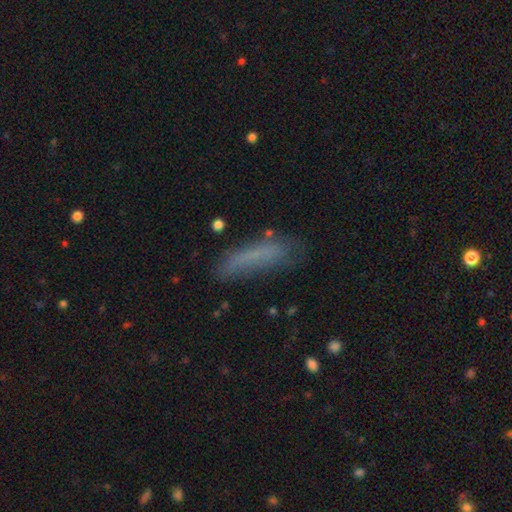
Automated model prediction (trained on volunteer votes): Smooth or featured: smooth — 63% (featured or disk — 24%)
How rounded: cigar-shaped — 76% (in between — 22%)
Merging: none — 62% (minor disturbance — 24%)